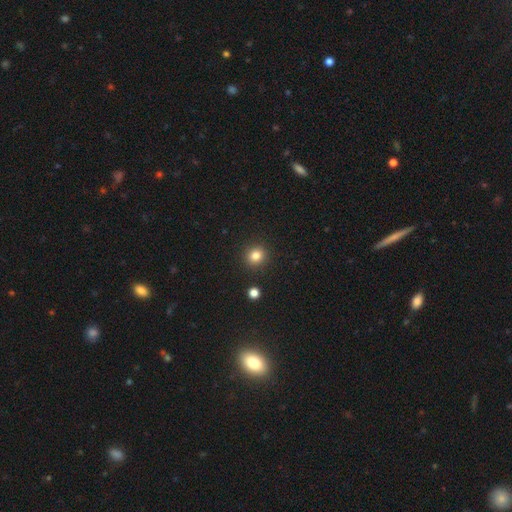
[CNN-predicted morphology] smooth 82%, star or artifact 13%, featured or disk 5%. Down the decision tree: how rounded — round (90%); merging — none (90%).